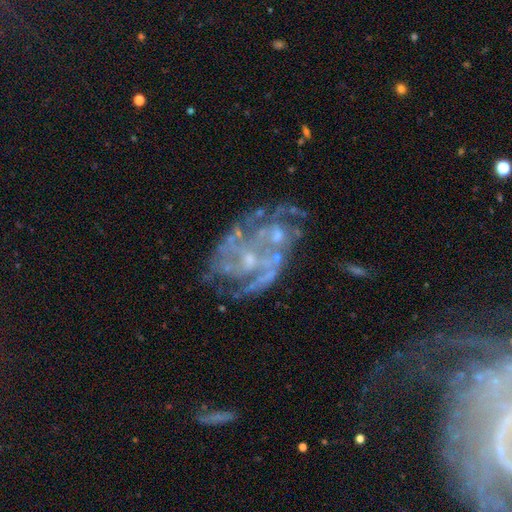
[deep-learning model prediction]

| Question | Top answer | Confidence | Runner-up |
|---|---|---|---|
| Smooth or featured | featured or disk | 82% | star or artifact (10%) |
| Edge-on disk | no | 97% | yes (3%) |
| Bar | no | 64% | weak (28%) |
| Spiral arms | yes | 83% | no (17%) |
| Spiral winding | tight | 40% | tied: medium (40%) |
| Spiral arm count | can't tell | 34% | 2 (28%) |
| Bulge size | small | 64% | moderate (17%) |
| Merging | none | 42% | major disturbance (23%) |